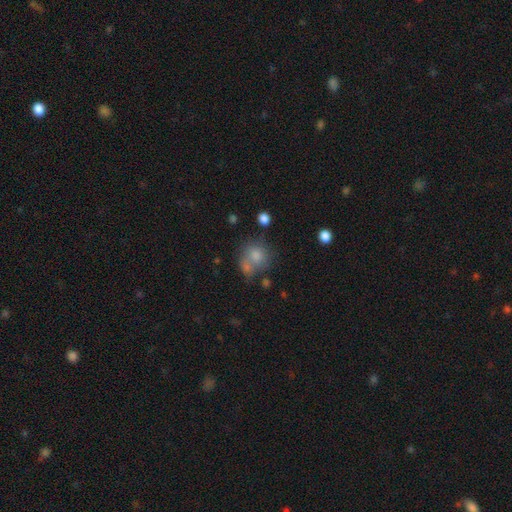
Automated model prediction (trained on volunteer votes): Overall: smooth (77%). How rounded: round (77%). Merging: none (46%; merger 28%).